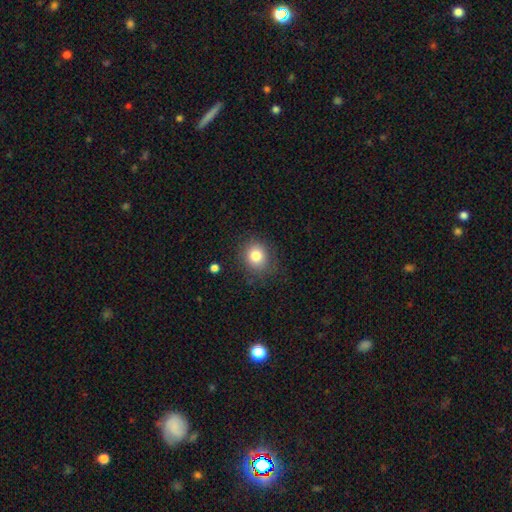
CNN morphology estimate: smooth_or_featured: smooth (p=0.81) [alt: star or artifact p=0.11]
how_rounded: round (p=0.77) [alt: in between p=0.22]
merging: none (p=0.82) [alt: minor disturbance p=0.12]